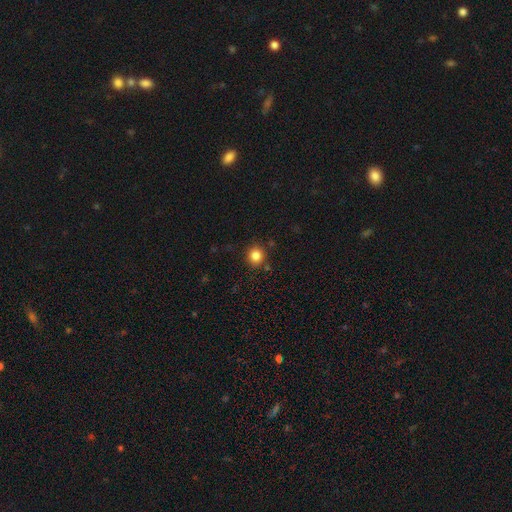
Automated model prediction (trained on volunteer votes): A smooth galaxy with no disk features (84%) that is round (87%). Merging: none (87%).